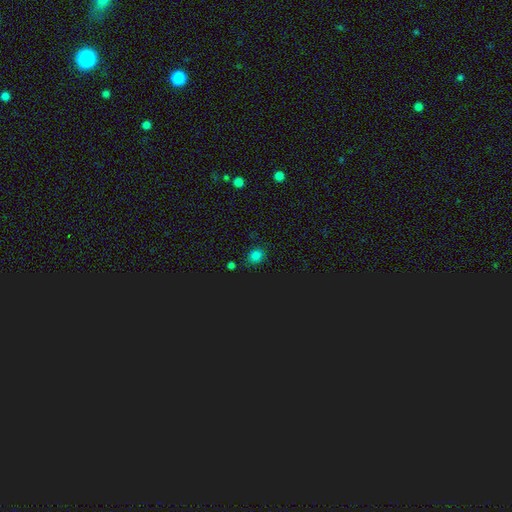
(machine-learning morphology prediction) smooth 72%, star or artifact 23%, featured or disk 5%. Down the decision tree: how rounded — round (58%); merging — none (80%).